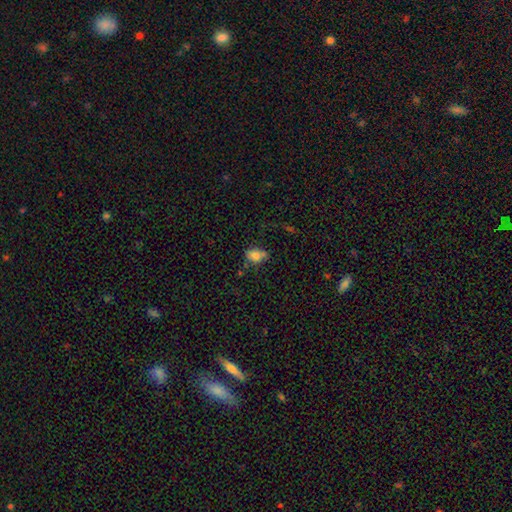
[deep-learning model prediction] A smooth galaxy with no disk features (79%) that is in between round and cigar-shaped (76%).

Vote fractions:
- Smooth or featured? smooth: 79% / star or artifact: 11% / featured or disk: 10%
- How rounded? in between: 76% / round: 22% / cigar-shaped: 2%
- Merging? none: 53% / minor disturbance: 26% / merger: 12% / major disturbance: 9%